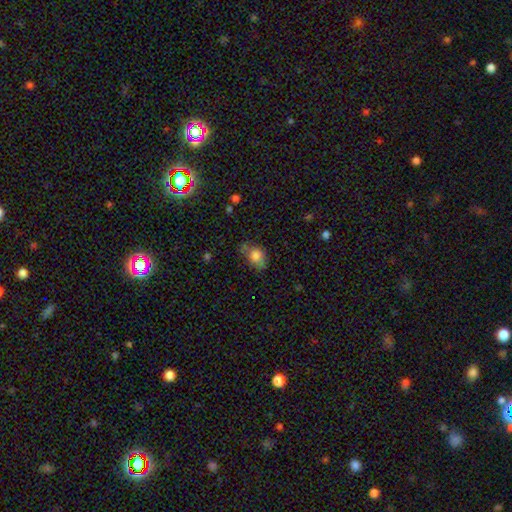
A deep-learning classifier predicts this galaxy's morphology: Smooth or featured? smooth (78%)
How rounded? in between (65%)
Merging? none (54%)